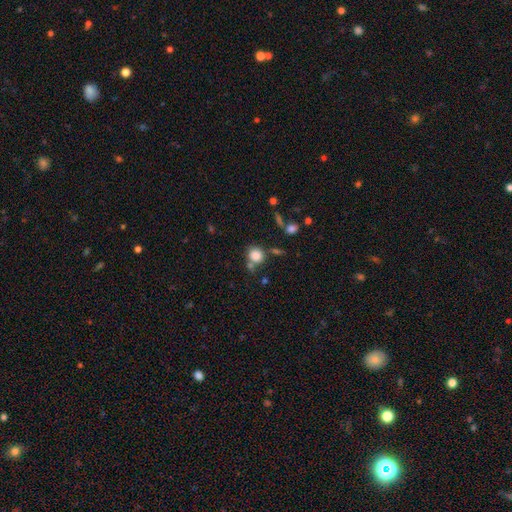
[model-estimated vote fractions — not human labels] smooth-or-featured: smooth: 83% | star or artifact: 11% | featured or disk: 6%
  how-rounded: round: 85% | in between: 14% | cigar-shaped: 1%
  merging: none: 62% | merger: 19% | minor disturbance: 13% | major disturbance: 6%